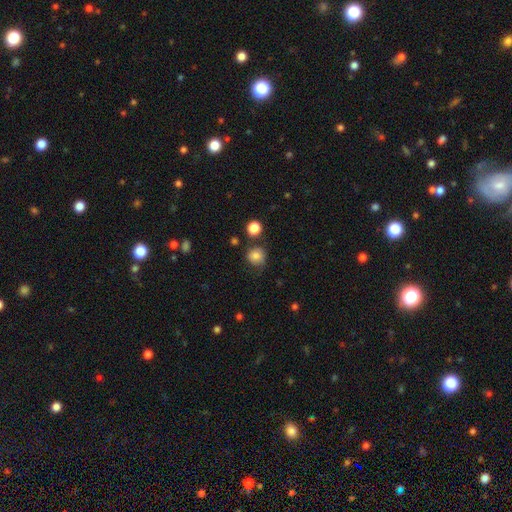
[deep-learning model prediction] Smooth or featured: smooth — 79% (star or artifact — 11%)
How rounded: round — 87% (in between — 12%)
Merging: none — 67% (minor disturbance — 20%)